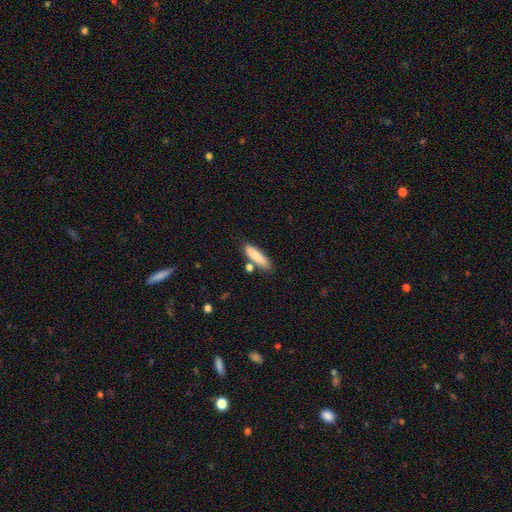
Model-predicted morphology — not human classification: A smooth galaxy with no disk features (82%) that is cigar-shaped (59%).

Vote fractions:
- Smooth or featured? smooth: 82% / featured or disk: 12% / star or artifact: 6%
- How rounded? cigar-shaped: 59% / in between: 39% / round: 2%
- Merging? none: 74% / minor disturbance: 13% / merger: 10% / major disturbance: 3%